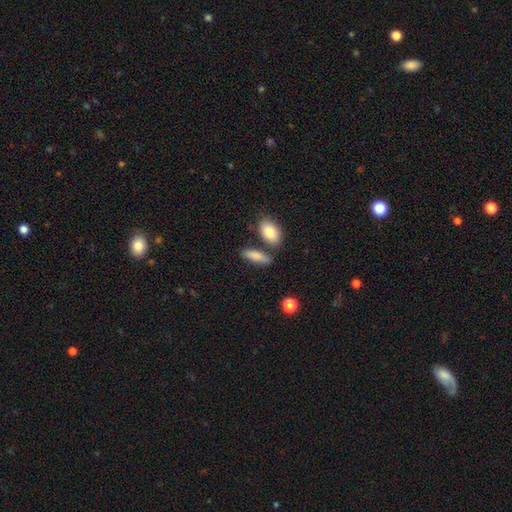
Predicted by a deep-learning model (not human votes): A smooth galaxy with no disk features (84%) that is in between round and cigar-shaped (56%).

Vote fractions:
- Smooth or featured? smooth: 84% / featured or disk: 10% / star or artifact: 6%
- How rounded? in between: 56% / cigar-shaped: 39% / round: 4%
- Merging? none: 70% / merger: 14% / minor disturbance: 13% / major disturbance: 4%